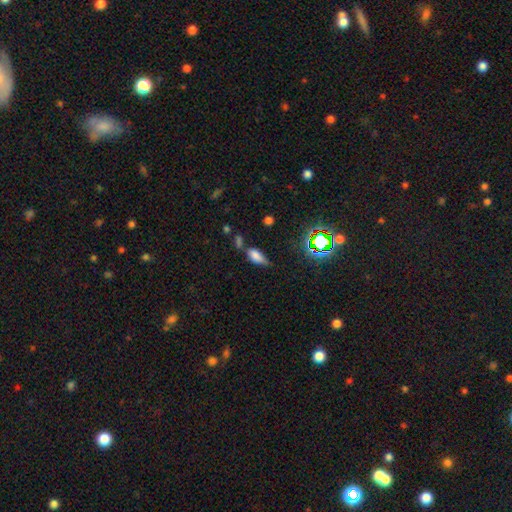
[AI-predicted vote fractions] This is likely a smooth galaxy (71%). How rounded: clearly in between (82%). Merging: marginally none (43%).